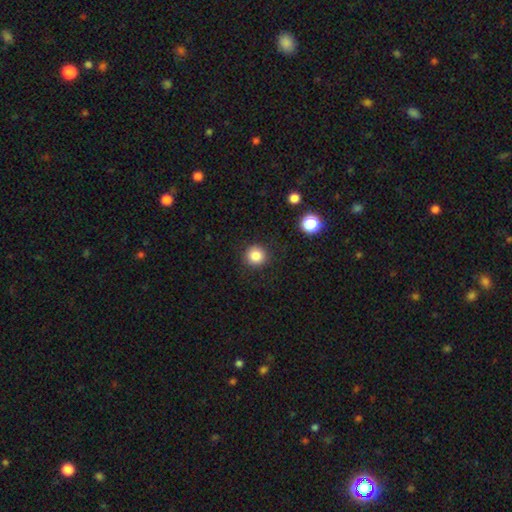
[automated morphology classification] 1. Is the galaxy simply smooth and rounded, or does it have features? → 84% smooth, 11% star or artifact, 5% featured or disk.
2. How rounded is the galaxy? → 94% round, 5% in between, 1% cigar-shaped.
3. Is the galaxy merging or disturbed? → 91% none, 6% minor disturbance, 2% major disturbance, 1% merger.